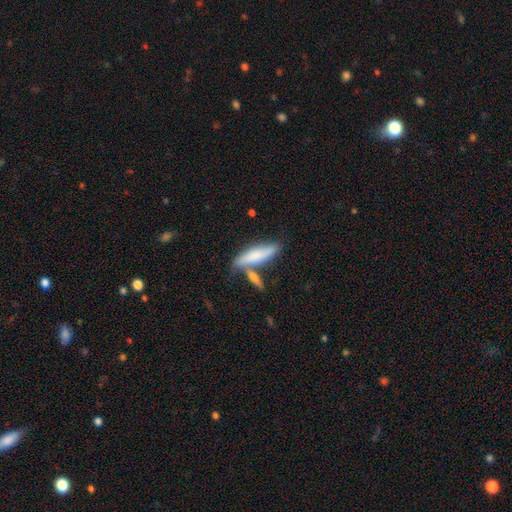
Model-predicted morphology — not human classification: Overall: smooth (71%). How rounded: cigar-shaped (67%; in between 31%). Merging: none (55%; merger 24%).